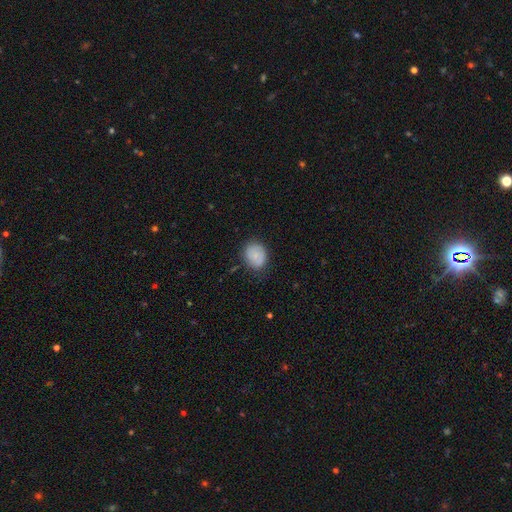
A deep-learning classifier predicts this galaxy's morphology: Smooth or featured: smooth — 78% (featured or disk — 14%)
How rounded: round — 60% (in between — 39%)
Merging: none — 76% (minor disturbance — 18%)